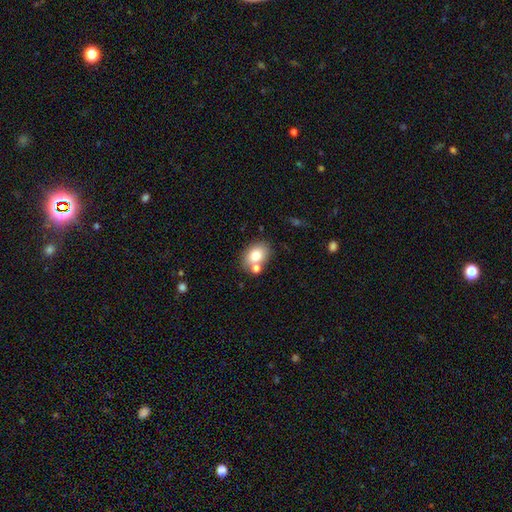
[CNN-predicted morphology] Q: Smooth or featured?
A: smooth (78%); runner-up: featured or disk (13%)
Q: How rounded?
A: in between (69%); runner-up: round (30%)
Q: Merging?
A: none (66%); runner-up: merger (19%)